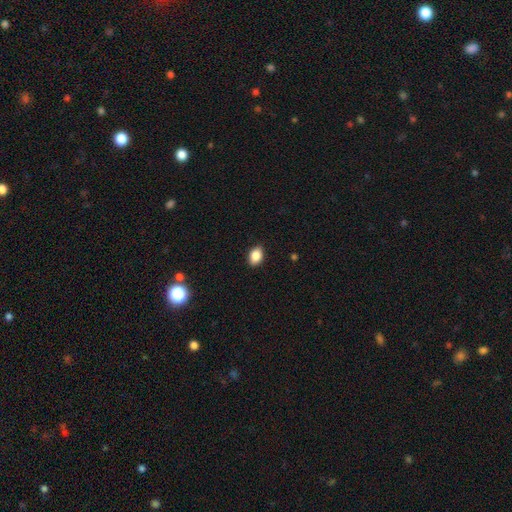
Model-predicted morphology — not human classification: Smooth or featured? smooth (87%)
How rounded? in between (83%)
Merging? none (88%)